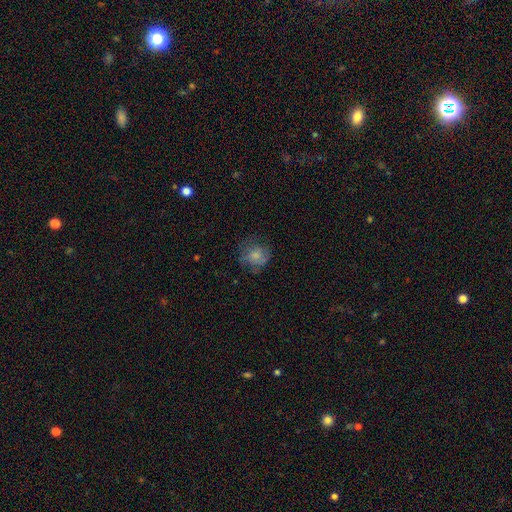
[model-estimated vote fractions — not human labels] The model was most divided on "merging": none: 58%, minor disturbance: 23%, major disturbance: 17%, merger: 1%. More confident: how rounded — round (75%); smooth or featured — smooth (62%).